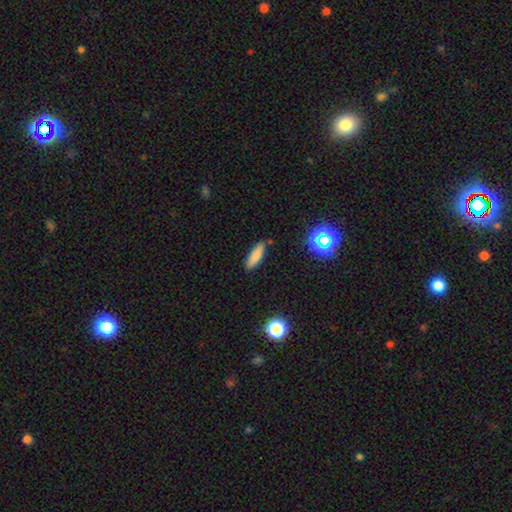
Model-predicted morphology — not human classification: A smooth galaxy with no disk features (80%) that is cigar-shaped (58%). Merging: none (83%).